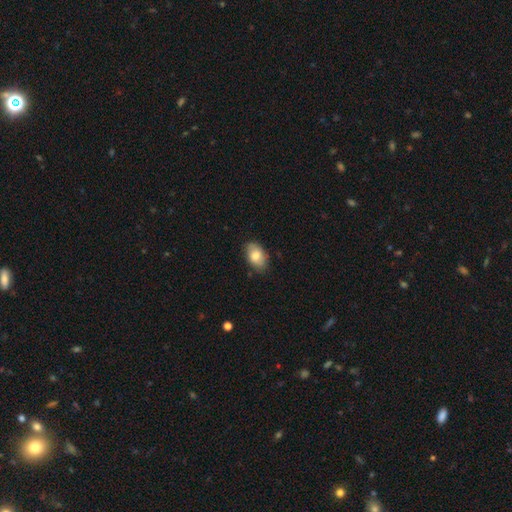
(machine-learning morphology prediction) Smooth or featured? Predicted: smooth (p=0.80). How rounded? Predicted: in between (p=0.89). Merging? Predicted: none (p=0.82).